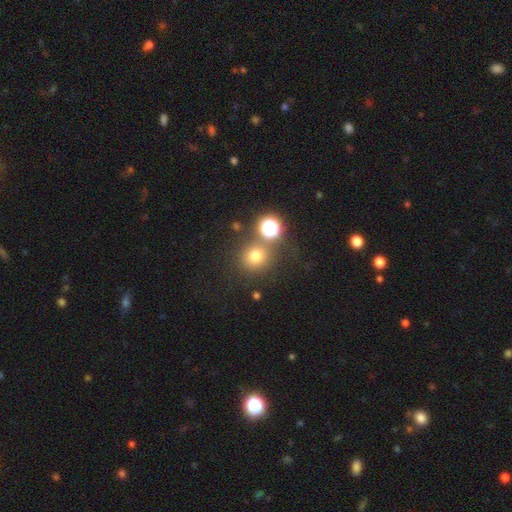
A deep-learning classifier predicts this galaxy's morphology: A smooth galaxy with no disk features (71%) that is round (89%). Merging: none (75%).